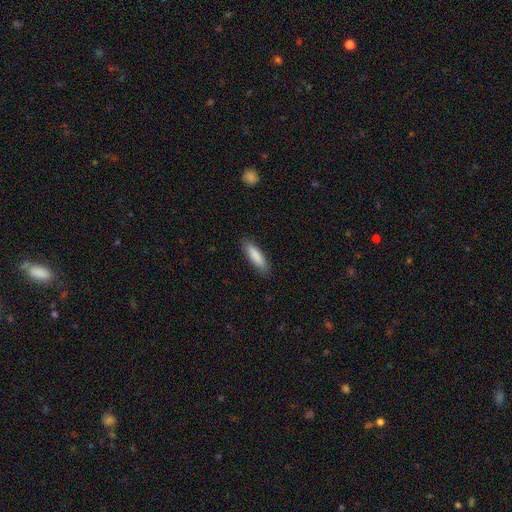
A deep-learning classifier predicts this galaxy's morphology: Smooth or featured?
  - smooth: 86% *
  - featured or disk: 8%
  - star or artifact: 6%
How rounded?
  - cigar-shaped: 65% *
  - in between: 33%
  - round: 1%
Merging?
  - none: 88% *
  - minor disturbance: 9%
  - major disturbance: 2%
  - merger: 1%